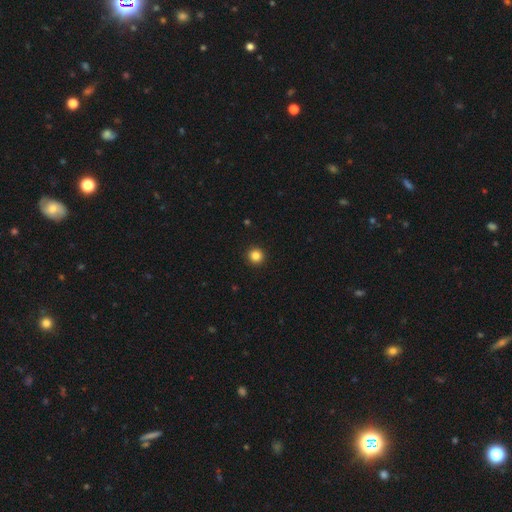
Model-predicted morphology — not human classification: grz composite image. It shows a smooth galaxy with no disk features (84%) that is round (95%). Merging: none (94%).